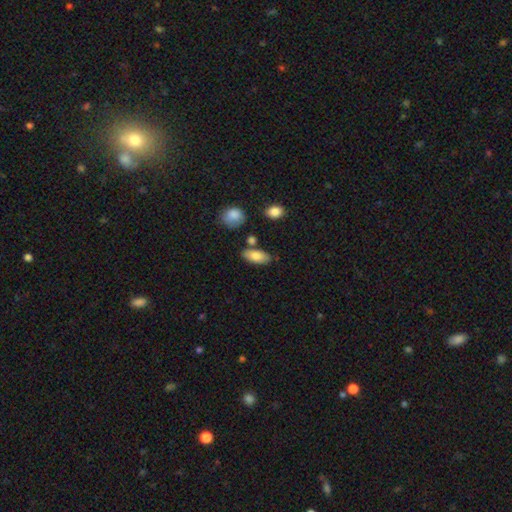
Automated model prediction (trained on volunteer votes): The model was most divided on "merging": none: 75%, minor disturbance: 14%, merger: 8%, major disturbance: 4%. More confident: how rounded — in between (88%); smooth or featured — smooth (81%).